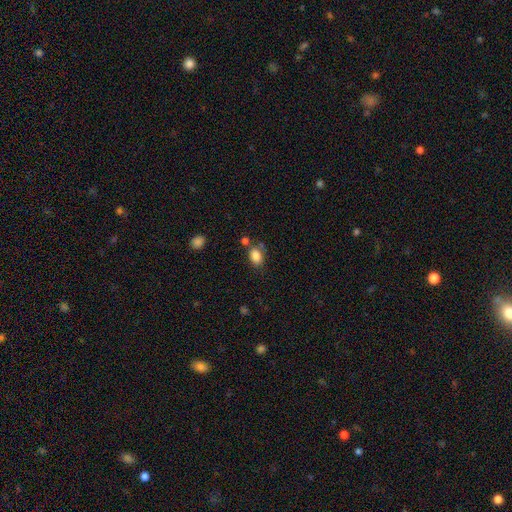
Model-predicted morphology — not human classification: type=smooth (85%); roundness=in between (80%); merging=none (66%).